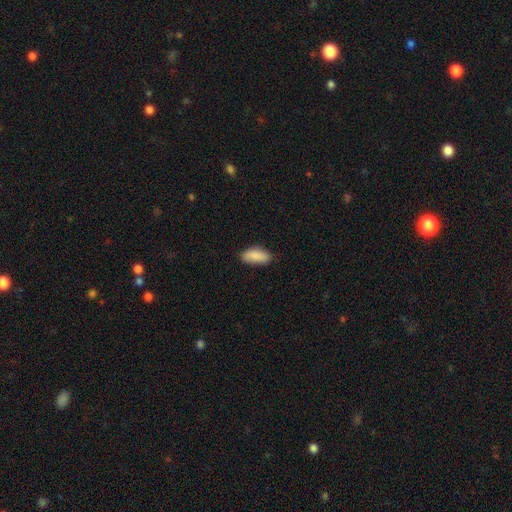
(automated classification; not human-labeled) This is clearly a smooth galaxy (89%). How rounded: clearly in between (86%). Merging: likely none (79%).